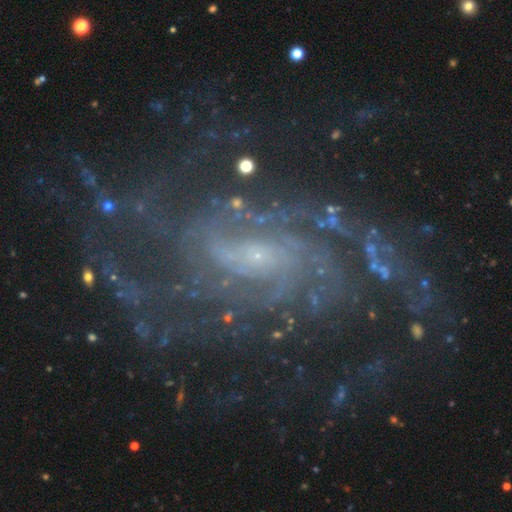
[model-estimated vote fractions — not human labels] smooth_or_featured: featured or disk (p=0.89) [alt: star or artifact p=0.07]
disk_edge_on: no (p=0.97) [alt: yes p=0.03]
bar: no (p=0.46) [alt: weak p=0.40]
has_spiral_arms: yes (p=0.97) [alt: no p=0.03]
spiral_winding: tight (p=0.51) [alt: medium p=0.37]
spiral_arm_count: can't tell (p=0.25) [alt: 4 p=0.19]
bulge_size: small (p=0.78) [alt: moderate p=0.14]
merging: none (p=0.69) [alt: minor disturbance p=0.15]